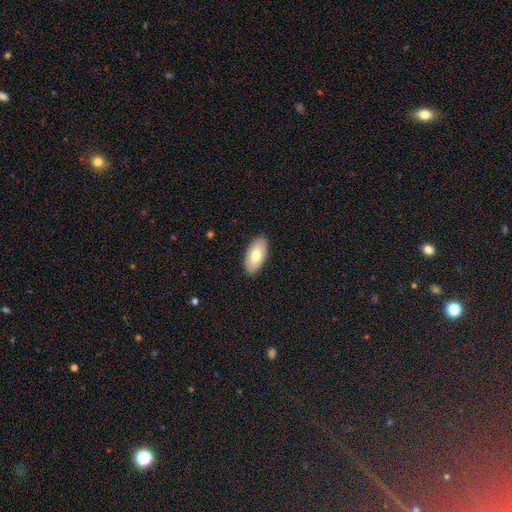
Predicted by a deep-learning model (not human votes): smooth_or_featured: smooth (p=0.74) [alt: featured or disk p=0.20]
how_rounded: in between (p=0.94) [alt: cigar-shaped p=0.04]
merging: none (p=0.89) [alt: minor disturbance p=0.08]